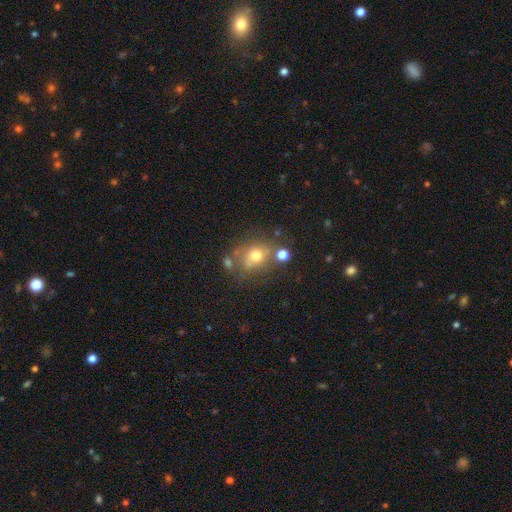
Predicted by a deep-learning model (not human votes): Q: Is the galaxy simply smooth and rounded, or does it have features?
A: smooth — 63%.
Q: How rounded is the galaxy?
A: round — 54%.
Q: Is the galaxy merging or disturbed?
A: none — 54%.